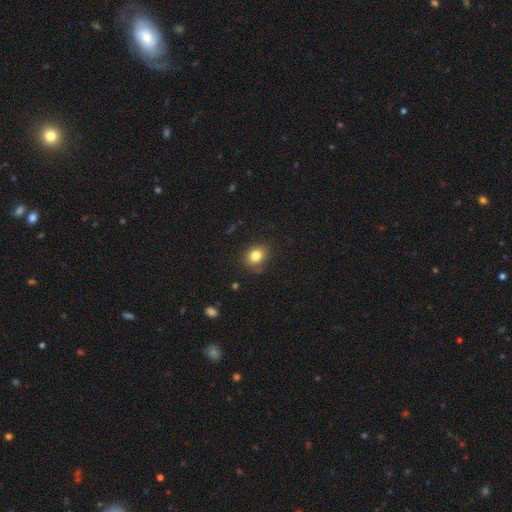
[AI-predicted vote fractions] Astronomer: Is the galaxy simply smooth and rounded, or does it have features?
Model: smooth — 82%.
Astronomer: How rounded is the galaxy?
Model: round — 53% (runner-up: in between, 46%).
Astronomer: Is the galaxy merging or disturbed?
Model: none — 80%.